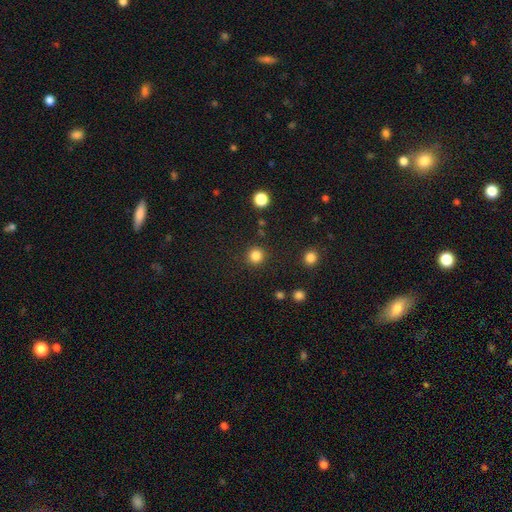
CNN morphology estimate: This is clearly a smooth galaxy (84%). How rounded: clearly round (94%). Merging: clearly none (90%).